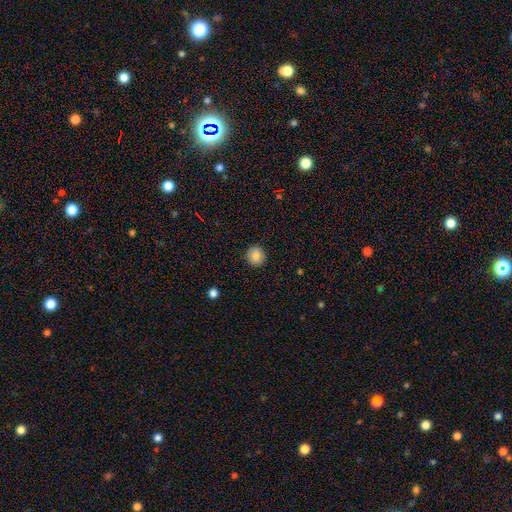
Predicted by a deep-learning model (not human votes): Smooth or featured? smooth (86%)
How rounded? round (91%)
Merging? none (91%)